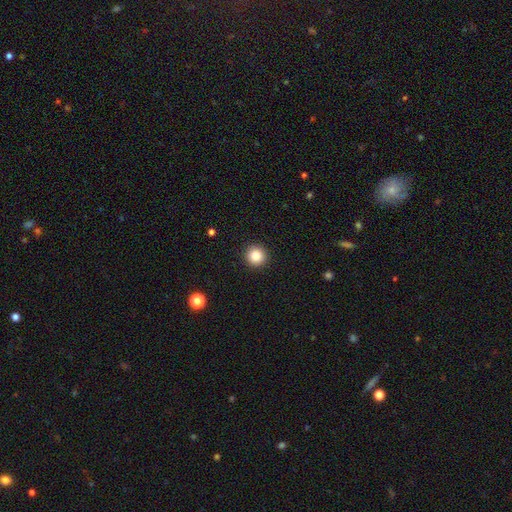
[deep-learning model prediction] Smooth or featured? smooth (85%)
How rounded? round (95%)
Merging? none (93%)